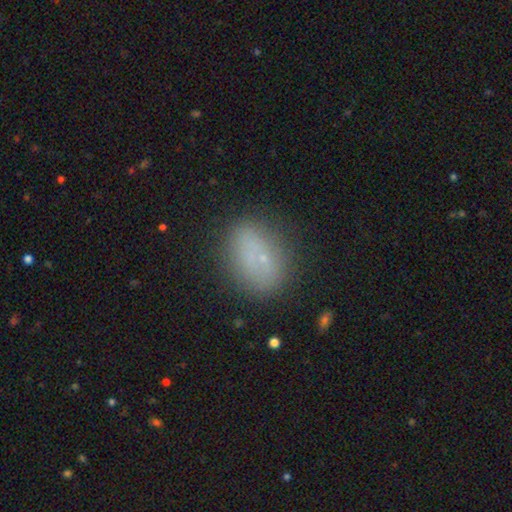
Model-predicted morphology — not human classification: This appears to be a smooth galaxy with no disk features (67%) that is in between round and cigar-shaped (79%). Merging: none (77%).